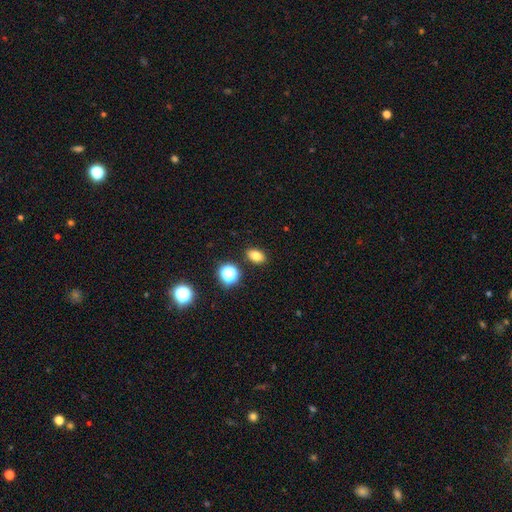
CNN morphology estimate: The model was most divided on "how rounded": in between: 79%, round: 19%, cigar-shaped: 2%. More confident: merging — none (87%); smooth or featured — smooth (78%).